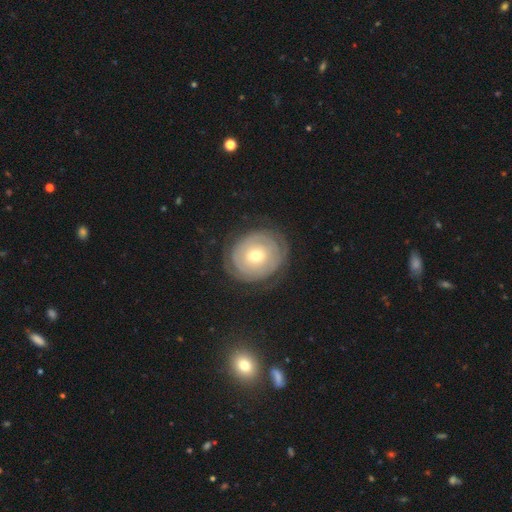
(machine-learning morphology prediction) smooth-or-featured: featured or disk: 70% | smooth: 24% | star or artifact: 6%
  disk-edge-on: no: 96% | yes: 4%
    bar: no: 77% | weak: 17% | strong: 6%
    has-spiral-arms: yes: 69% | no: 31%
    bulge-size: moderate: 51% | small: 44% | large: 3% | dominant: 1% | none: 1%
  merging: none: 76% | minor disturbance: 15% | major disturbance: 8% | merger: 1%